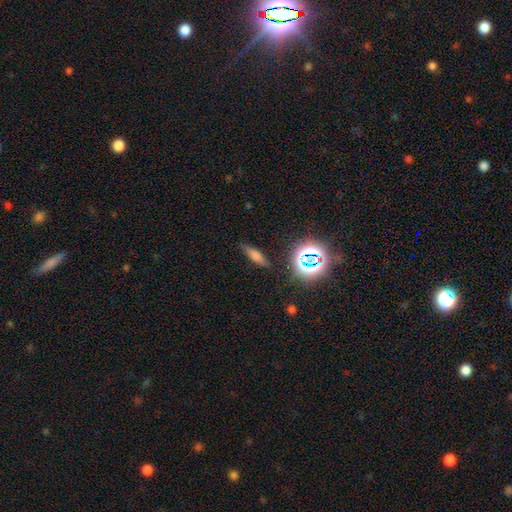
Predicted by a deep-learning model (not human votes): Morphology: type=smooth (61%); roundness=cigar-shaped (61%); merging=none (83%).